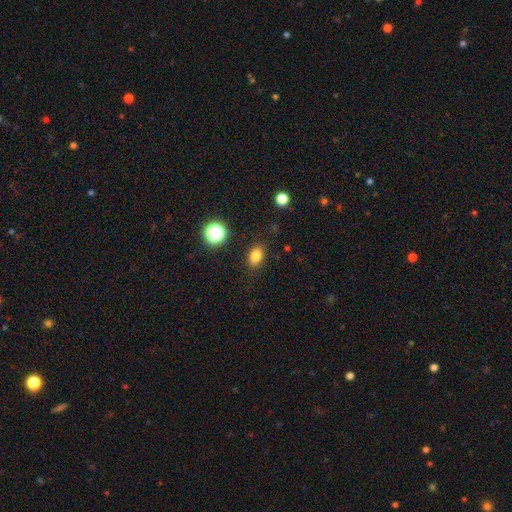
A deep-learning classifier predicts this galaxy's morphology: smooth 81%, star or artifact 13%, featured or disk 6%. Down the decision tree: how rounded — in between (77%); merging — none (86%).